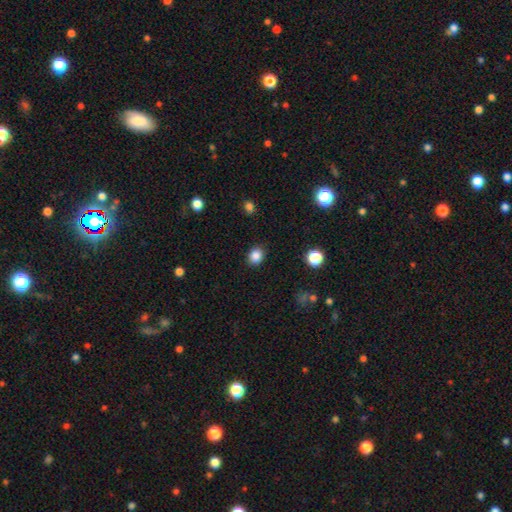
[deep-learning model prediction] Smooth or featured?
  - smooth: 85% *
  - star or artifact: 11%
  - featured or disk: 4%
How rounded?
  - round: 59% *
  - in between: 40%
  - cigar-shaped: 1%
Merging?
  - none: 88% *
  - minor disturbance: 8%
  - major disturbance: 2%
  - merger: 1%